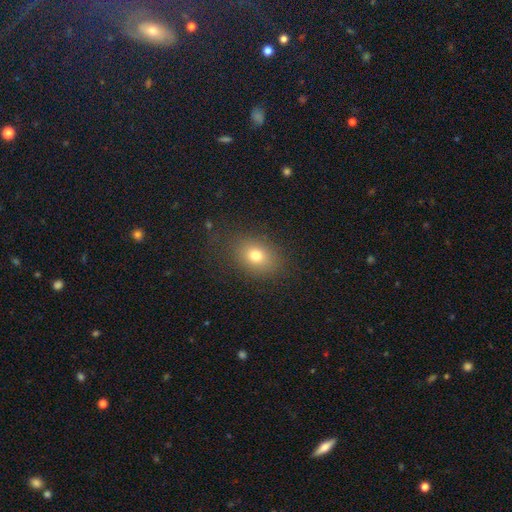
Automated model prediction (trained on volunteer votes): A smooth galaxy with no disk features (76%) that is in between round and cigar-shaped (60%).

Vote fractions:
- Smooth or featured? smooth: 76% / star or artifact: 13% / featured or disk: 11%
- How rounded? in between: 60% / round: 38% / cigar-shaped: 1%
- Merging? none: 80% / minor disturbance: 12% / major disturbance: 6% / merger: 1%